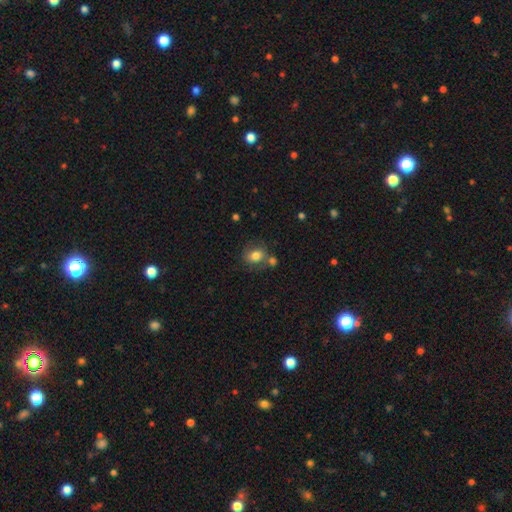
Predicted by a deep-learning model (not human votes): Smooth or featured: smooth — 79% (featured or disk — 12%)
How rounded: round — 56% (in between — 43%)
Merging: none — 59% (merger — 21%)